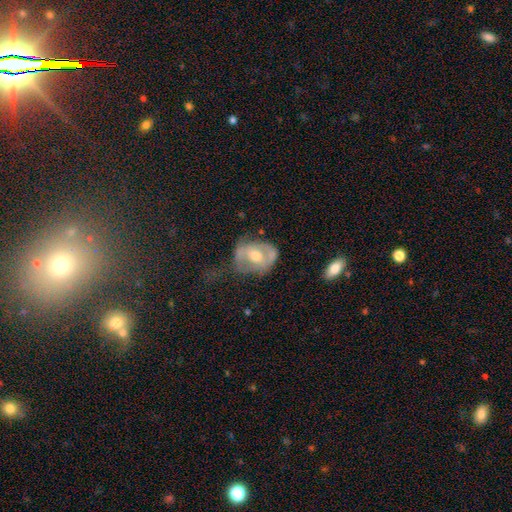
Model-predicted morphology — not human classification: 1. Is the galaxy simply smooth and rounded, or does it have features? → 57% featured or disk, 35% smooth, 8% star or artifact.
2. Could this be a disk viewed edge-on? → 94% no, 6% yes.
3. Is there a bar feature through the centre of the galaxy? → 51% no, 33% weak, 16% strong.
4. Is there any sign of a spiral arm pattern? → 58% no, 42% yes.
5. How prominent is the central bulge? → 70% moderate, 18% small, 9% large, 2% none, 1% dominant.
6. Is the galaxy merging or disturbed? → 43% none, 29% minor disturbance, 24% major disturbance, 5% merger.